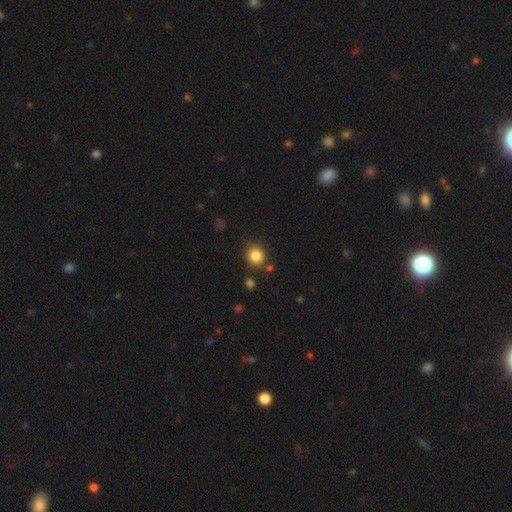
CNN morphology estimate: A smooth galaxy with no disk features (84%) that is round (86%).

Vote fractions:
- Smooth or featured? smooth: 84% / star or artifact: 11% / featured or disk: 5%
- How rounded? round: 86% / in between: 13% / cigar-shaped: 1%
- Merging? none: 82% / minor disturbance: 10% / merger: 6% / major disturbance: 3%